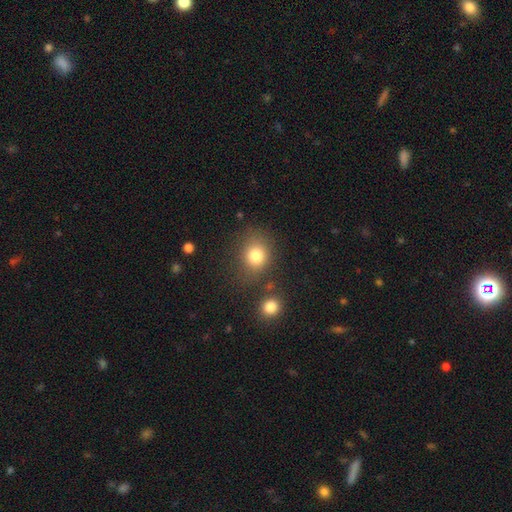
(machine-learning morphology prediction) Smooth or featured? smooth (80%)
How rounded? round (70%)
Merging? none (72%)